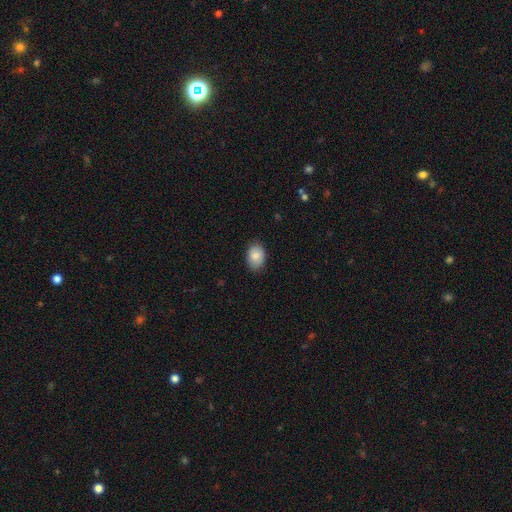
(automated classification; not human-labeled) smooth-or-featured: smooth: 85% | featured or disk: 8% | star or artifact: 7%
  how-rounded: in between: 82% | round: 17% | cigar-shaped: 1%
  merging: none: 85% | minor disturbance: 11% | major disturbance: 2% | merger: 1%